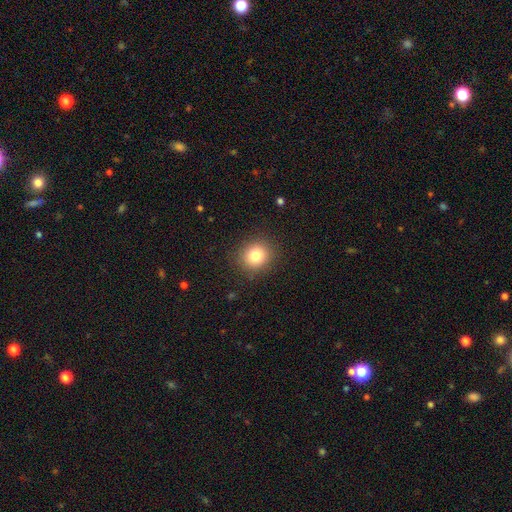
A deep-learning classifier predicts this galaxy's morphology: This appears to be a smooth galaxy with no disk features (81%) that is round (84%). Merging: none (89%).